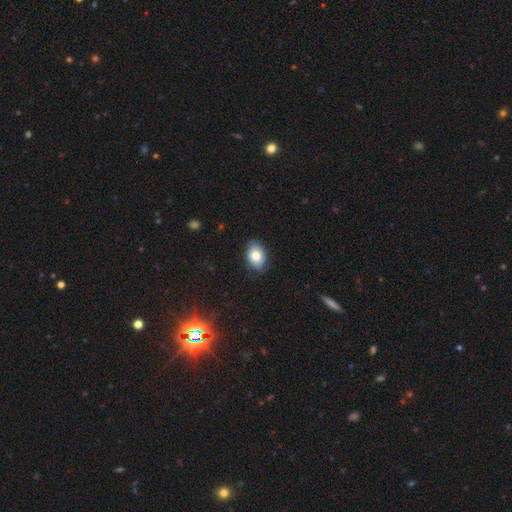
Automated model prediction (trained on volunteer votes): smooth_or_featured: smooth (p=0.78) [alt: featured or disk p=0.14]
how_rounded: in between (p=0.82) [alt: round p=0.17]
merging: none (p=0.77) [alt: minor disturbance p=0.19]